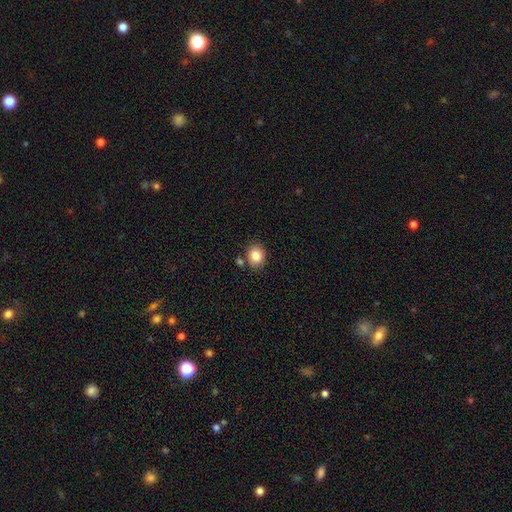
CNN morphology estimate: smooth 83%, star or artifact 10%, featured or disk 7%. Down the decision tree: how rounded — round (57%); merging — none (77%).